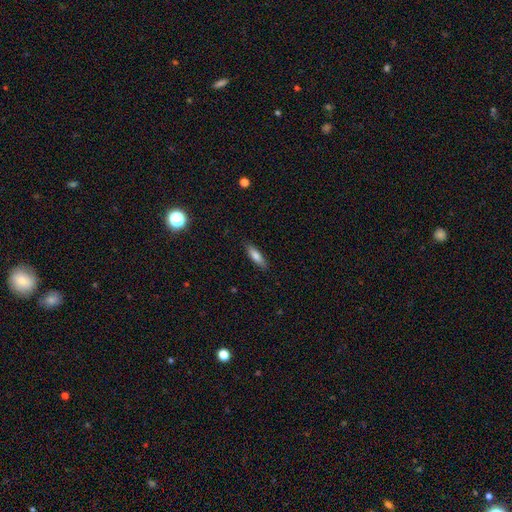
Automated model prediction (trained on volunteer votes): A smooth galaxy with no disk features (77%) that is cigar-shaped (61%).

Vote fractions:
- Smooth or featured? smooth: 77% / featured or disk: 17% / star or artifact: 7%
- How rounded? cigar-shaped: 61% / in between: 37% / round: 2%
- Merging? none: 87% / minor disturbance: 10% / major disturbance: 2% / merger: 1%